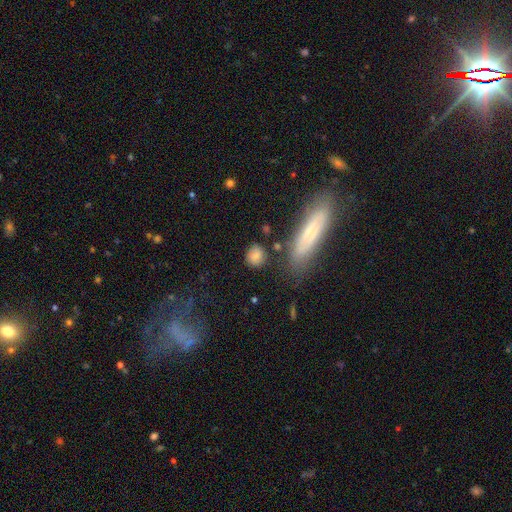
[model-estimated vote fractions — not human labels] Morphology: type=smooth (75%); roundness=round (72%); merging=none (73%).